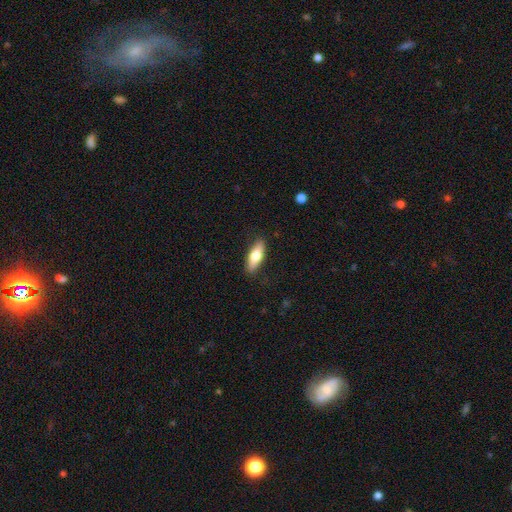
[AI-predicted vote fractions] Smooth or featured? smooth (65%)
How rounded? in between (60%)
Merging? none (86%)